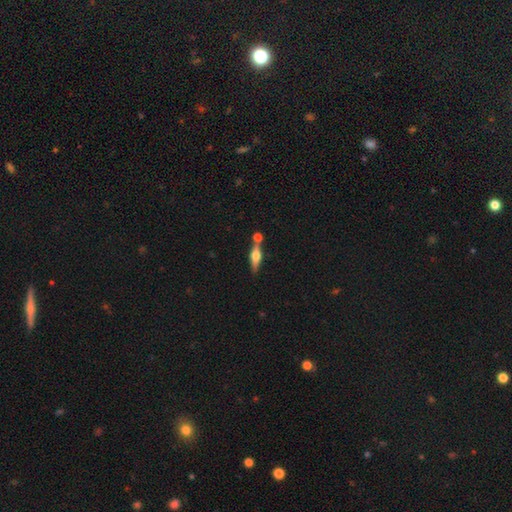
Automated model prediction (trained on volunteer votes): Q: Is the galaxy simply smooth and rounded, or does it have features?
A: featured or disk — 55%.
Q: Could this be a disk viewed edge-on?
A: yes — 92%.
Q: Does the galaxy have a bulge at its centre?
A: rounded — 92%.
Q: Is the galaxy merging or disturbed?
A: none — 63%.